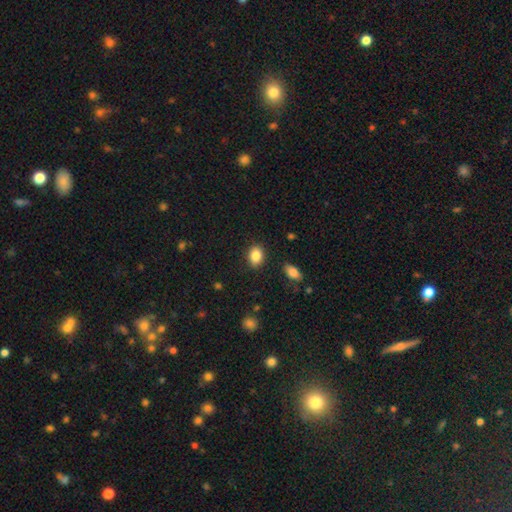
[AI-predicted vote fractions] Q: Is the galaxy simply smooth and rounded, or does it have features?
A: smooth — 86%.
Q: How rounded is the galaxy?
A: in between — 73%.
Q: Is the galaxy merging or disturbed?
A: none — 86%.